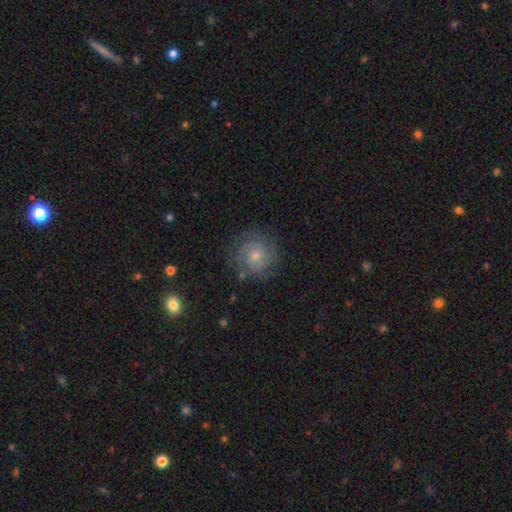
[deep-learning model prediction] smooth_or_featured: featured or disk (p=0.46) [alt: smooth p=0.45]
merging: none (p=0.74) [alt: minor disturbance p=0.17]